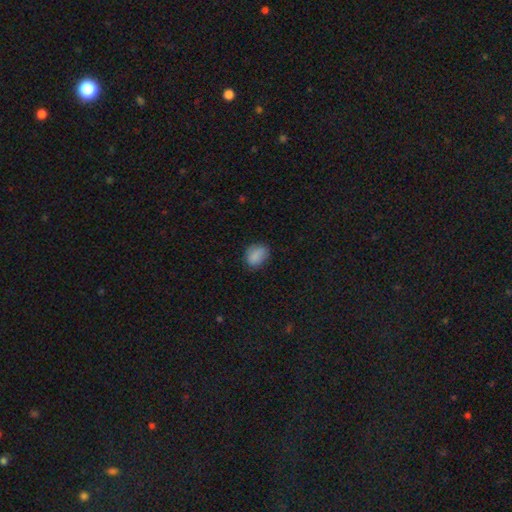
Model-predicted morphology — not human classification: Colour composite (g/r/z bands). It shows a smooth galaxy with no disk features (83%) that is in between round and cigar-shaped (65%). Merging: none (70%).